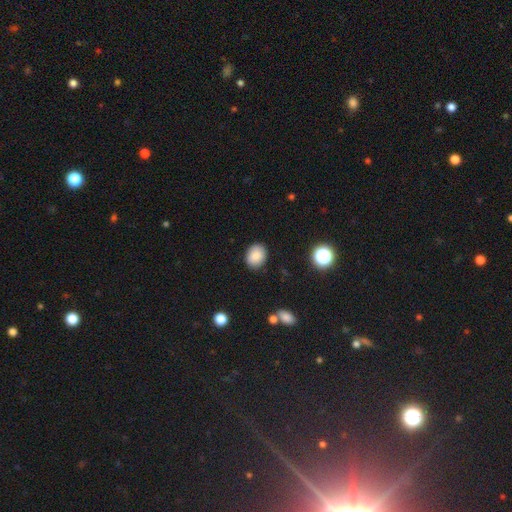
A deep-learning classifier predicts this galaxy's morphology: Smooth or featured?
  - smooth: 85% *
  - star or artifact: 9%
  - featured or disk: 6%
How rounded?
  - round: 51% *
  - in between: 48%
  - cigar-shaped: 1%
Merging?
  - none: 87% *
  - minor disturbance: 9%
  - major disturbance: 2%
  - merger: 1%